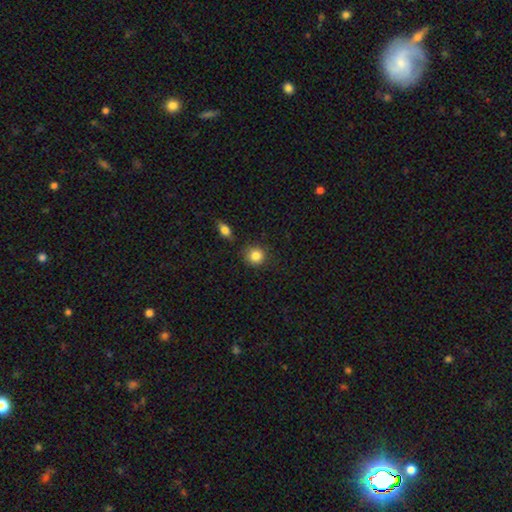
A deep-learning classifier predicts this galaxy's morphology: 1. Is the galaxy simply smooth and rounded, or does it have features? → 86% smooth, 9% star or artifact, 5% featured or disk.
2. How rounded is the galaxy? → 89% round, 10% in between, 1% cigar-shaped.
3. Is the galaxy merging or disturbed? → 82% none, 11% minor disturbance, 4% merger, 3% major disturbance.